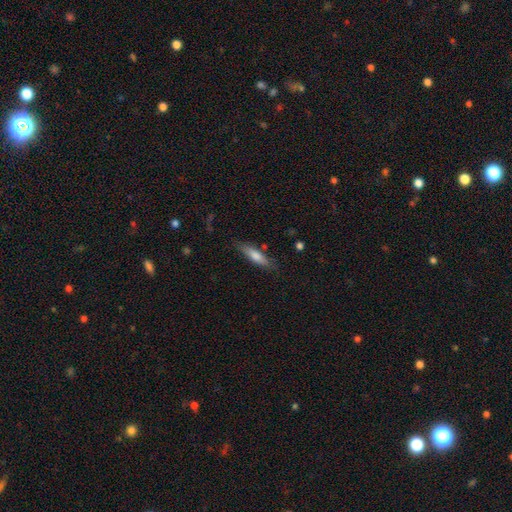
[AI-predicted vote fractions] Morphology: type=smooth (71%); roundness=cigar-shaped (66%); merging=none (77%).